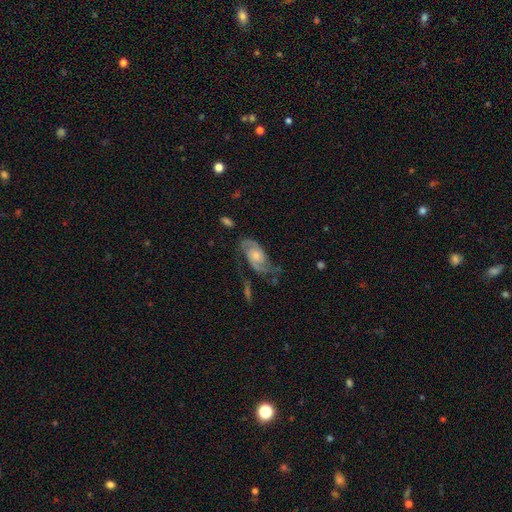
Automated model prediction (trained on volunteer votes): A featured or disk galaxy (83%) with no bar (69%), 2 (87%) medium (46%) spiral arms (95%) and a moderate central bulge (49%). Merging: none (59%).